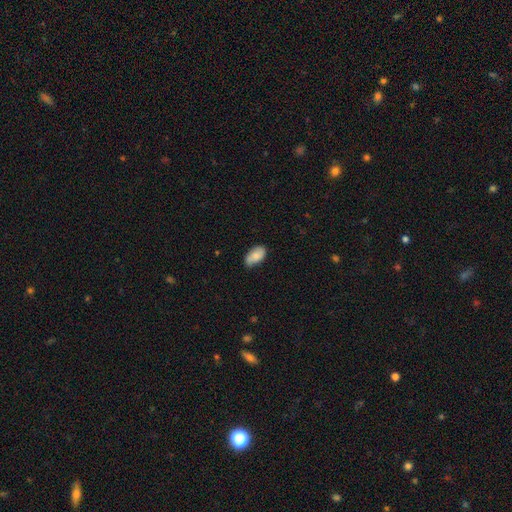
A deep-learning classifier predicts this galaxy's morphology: A smooth galaxy with no disk features (78%) that is in between round and cigar-shaped (94%).

Vote fractions:
- Smooth or featured? smooth: 78% / featured or disk: 15% / star or artifact: 7%
- How rounded? in between: 94% / round: 4% / cigar-shaped: 2%
- Merging? none: 66% / minor disturbance: 28% / major disturbance: 4% / merger: 1%